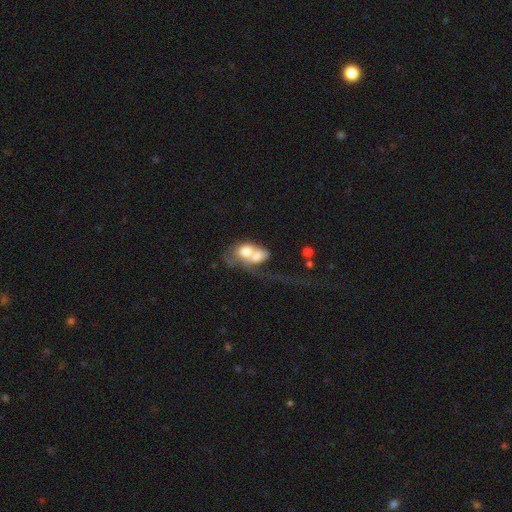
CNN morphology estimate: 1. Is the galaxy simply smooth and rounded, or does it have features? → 58% smooth, 34% featured or disk, 8% star or artifact.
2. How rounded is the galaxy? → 66% in between, 31% round, 3% cigar-shaped.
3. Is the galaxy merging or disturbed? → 72% merger, 14% major disturbance, 8% none, 5% minor disturbance.